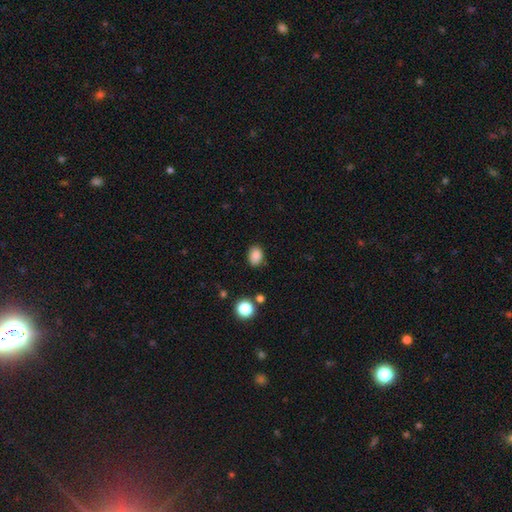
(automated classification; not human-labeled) A smooth galaxy with no disk features (85%) that is in between round and cigar-shaped (65%). Merging: none (81%).